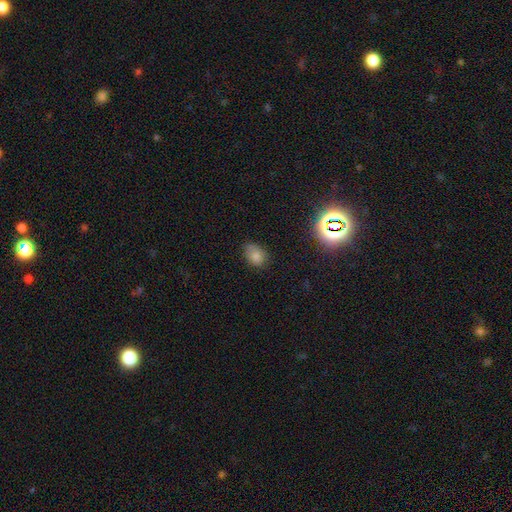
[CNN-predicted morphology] Smooth or featured?
  - smooth: 79% *
  - star or artifact: 13%
  - featured or disk: 7%
How rounded?
  - in between: 65% *
  - round: 34%
  - cigar-shaped: 1%
Merging?
  - none: 61% *
  - minor disturbance: 29%
  - major disturbance: 7%
  - merger: 2%